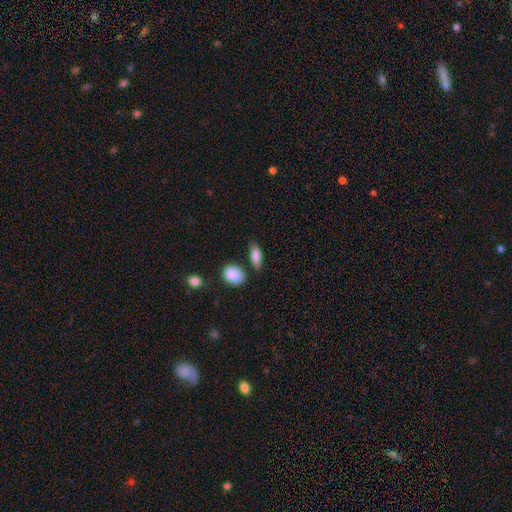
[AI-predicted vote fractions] A smooth galaxy with no disk features (82%) that is in between round and cigar-shaped (78%).

Vote fractions:
- Smooth or featured? smooth: 82% / featured or disk: 11% / star or artifact: 7%
- How rounded? in between: 78% / cigar-shaped: 17% / round: 5%
- Merging? none: 73% / minor disturbance: 17% / merger: 7% / major disturbance: 4%